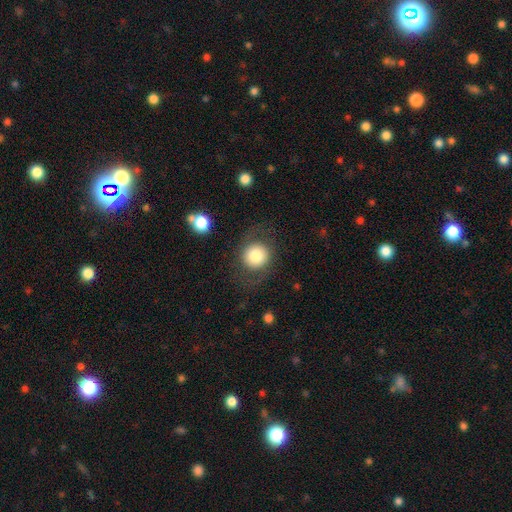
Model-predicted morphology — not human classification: This appears to be a smooth galaxy with no disk features (74%) that is round (86%). Merging: none (76%).